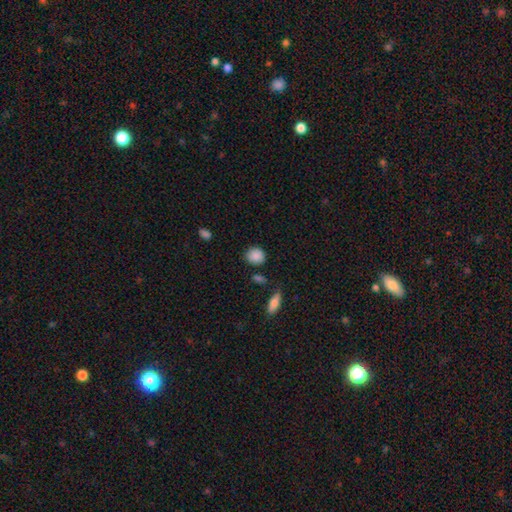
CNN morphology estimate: Smooth or featured: smooth — 88% (star or artifact — 8%)
How rounded: round — 79% (in between — 20%)
Merging: none — 82% (minor disturbance — 12%)